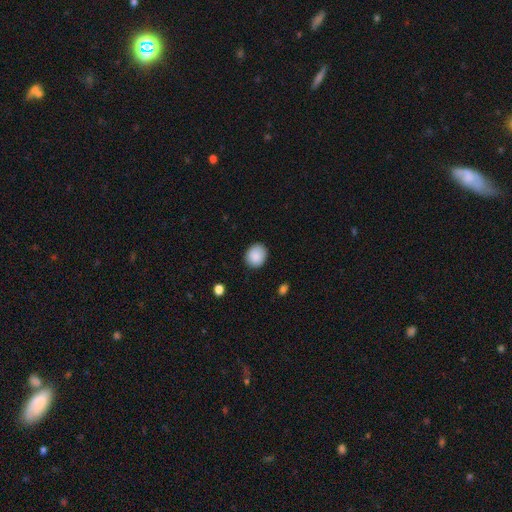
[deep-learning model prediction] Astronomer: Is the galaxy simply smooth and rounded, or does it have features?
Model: smooth — 89%.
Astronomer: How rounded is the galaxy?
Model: round — 70%.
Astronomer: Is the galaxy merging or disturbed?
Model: none — 88%.